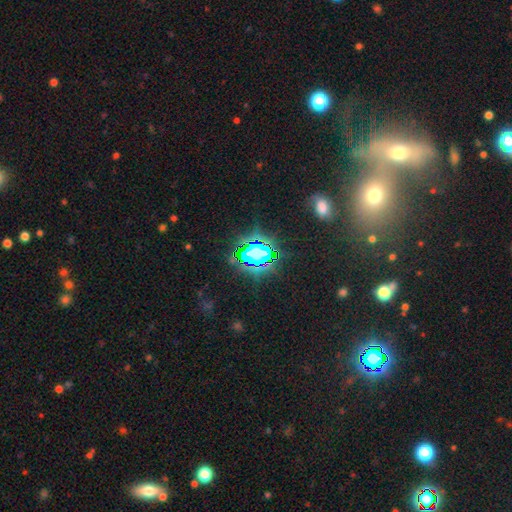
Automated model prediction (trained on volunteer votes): smooth-or-featured: star or artifact: 73% | smooth: 17% | featured or disk: 10%